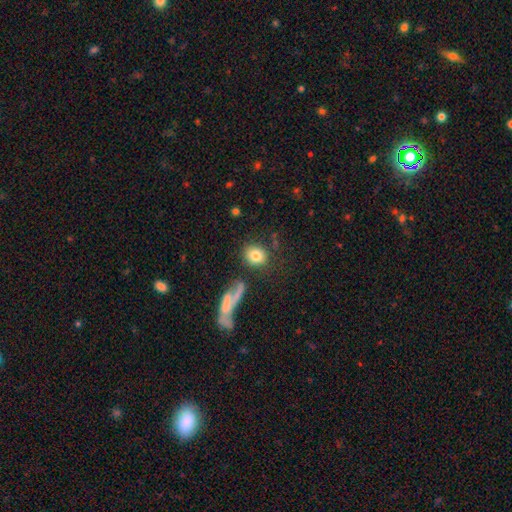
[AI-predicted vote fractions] smooth_or_featured: smooth (p=0.81) [alt: featured or disk p=0.11]
how_rounded: round (p=0.66) [alt: in between p=0.31]
merging: none (p=0.72) [alt: minor disturbance p=0.11]